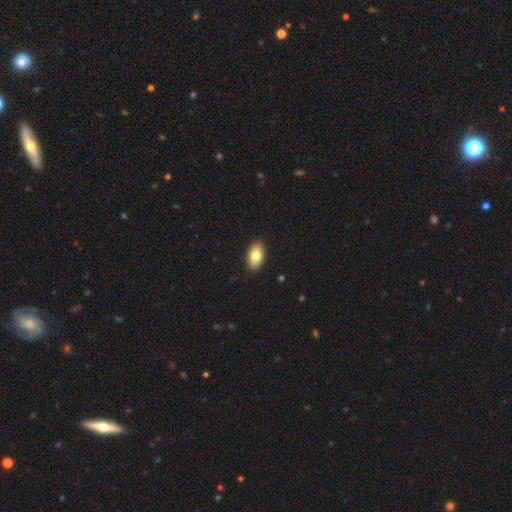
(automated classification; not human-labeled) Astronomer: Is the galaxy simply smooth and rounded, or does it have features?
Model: smooth — 81%.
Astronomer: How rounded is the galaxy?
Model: in between — 93%.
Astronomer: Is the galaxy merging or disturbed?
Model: none — 91%.